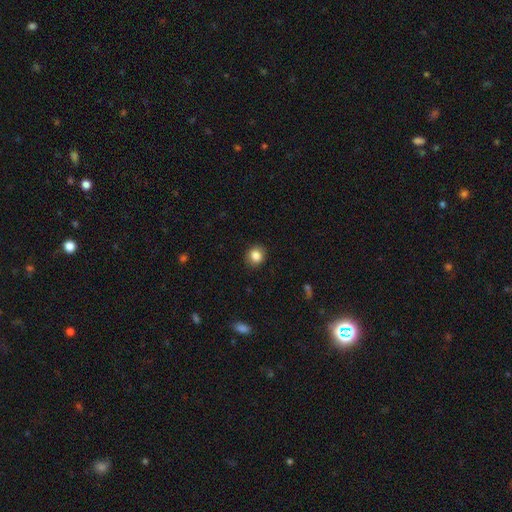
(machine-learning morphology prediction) A smooth galaxy with no disk features (85%) that is round (76%). Merging: none (87%).